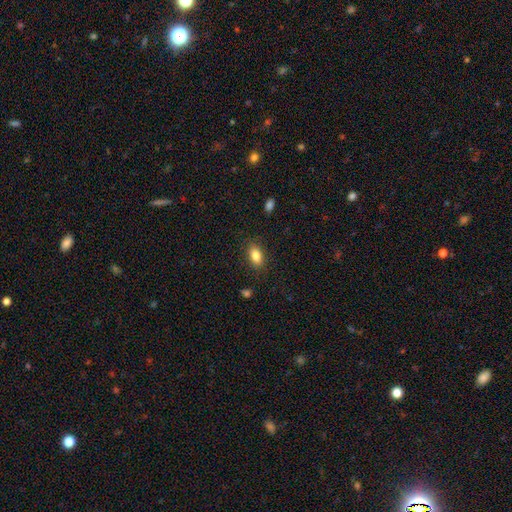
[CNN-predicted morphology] This is clearly a smooth galaxy (84%). How rounded: clearly in between (87%). Merging: clearly none (86%).